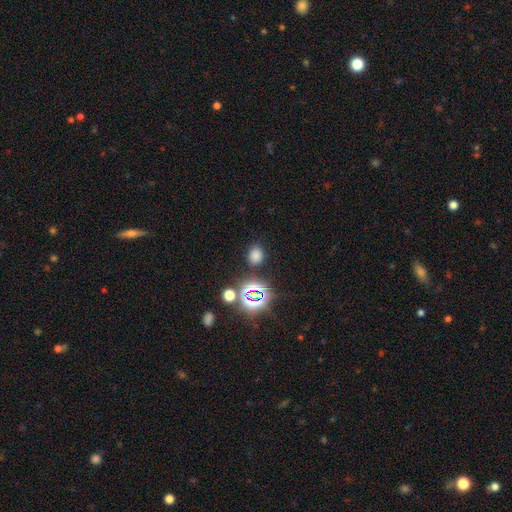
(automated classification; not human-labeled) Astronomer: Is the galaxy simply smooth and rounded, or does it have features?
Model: smooth — 68%.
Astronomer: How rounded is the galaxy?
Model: round — 54% (runner-up: in between, 44%).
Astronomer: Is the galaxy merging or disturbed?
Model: none — 83%.